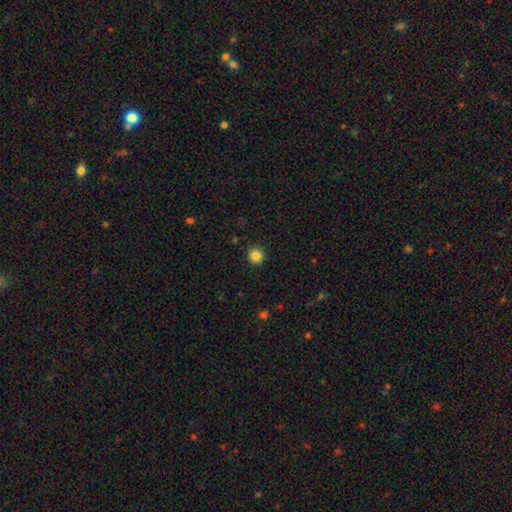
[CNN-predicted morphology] type=smooth (85%); roundness=round (94%); merging=none (92%).